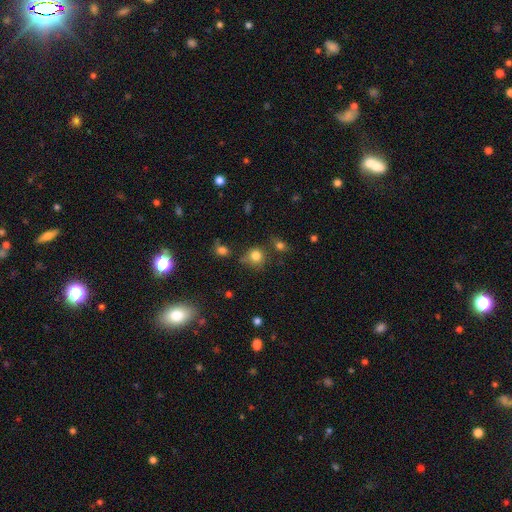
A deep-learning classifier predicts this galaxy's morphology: Smooth or featured? smooth (79%)
How rounded? round (86%)
Merging? none (67%)